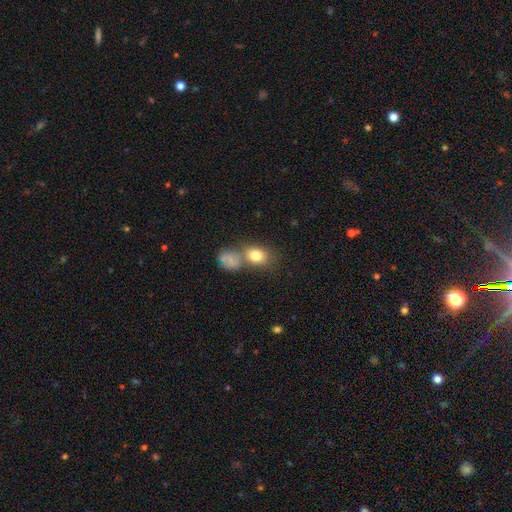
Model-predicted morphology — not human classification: The model was most divided on "merging": none: 48%, merger: 34%, minor disturbance: 13%, major disturbance: 5%. More confident: smooth or featured — smooth (79%); how rounded — in between (59%).